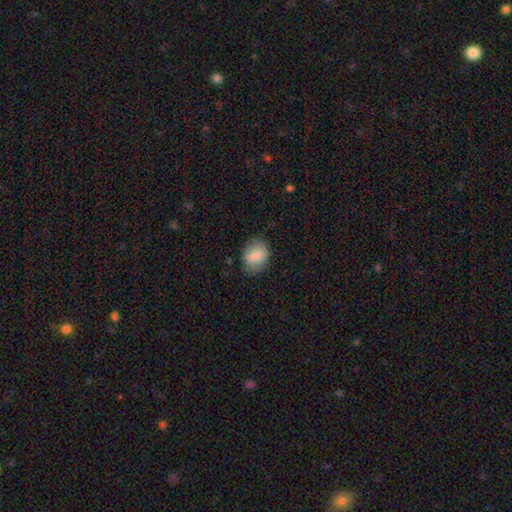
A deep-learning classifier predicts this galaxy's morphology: smooth-or-featured: smooth: 80% | featured or disk: 13% | star or artifact: 7%
  how-rounded: in between: 59% | round: 40% | cigar-shaped: 1%
  merging: none: 78% | minor disturbance: 17% | major disturbance: 4% | merger: 1%